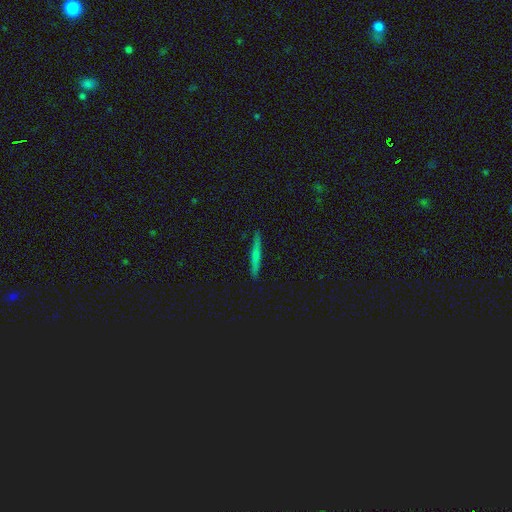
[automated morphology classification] smooth 55%, featured or disk 37%, star or artifact 8%. Down the decision tree: how rounded — cigar-shaped (95%); merging — none (91%).